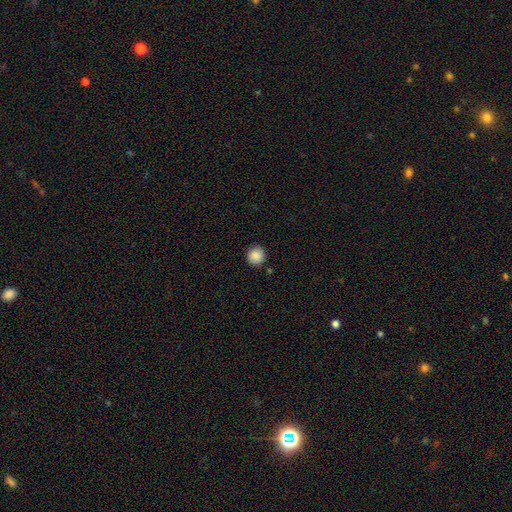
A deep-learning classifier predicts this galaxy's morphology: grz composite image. It shows a smooth galaxy with no disk features (88%) that is round (93%). Merging: none (89%).